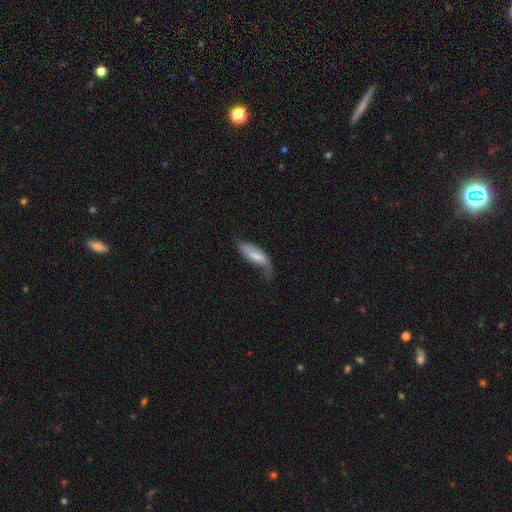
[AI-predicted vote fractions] Overall: smooth (56%; featured or disk 38%). How rounded: in between (67%; cigar-shaped 31%). Merging: minor disturbance (36%; none 33%).